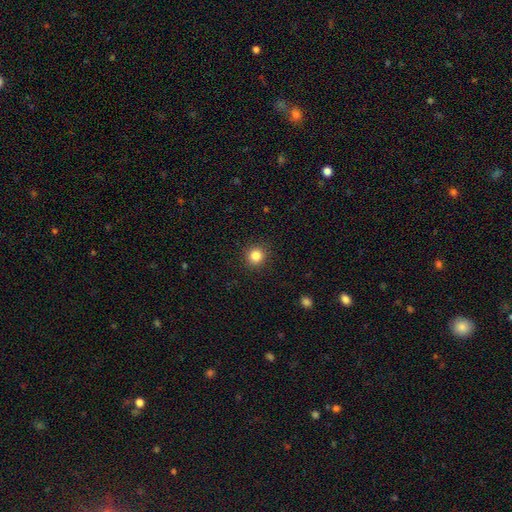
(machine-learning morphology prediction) Smooth or featured? smooth (84%)
How rounded? round (93%)
Merging? none (92%)